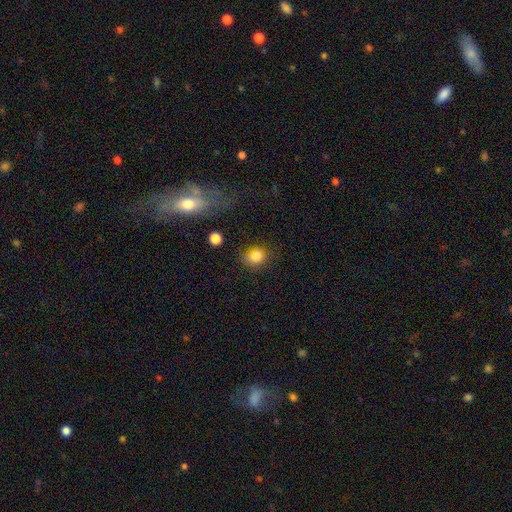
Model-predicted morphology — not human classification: Overall: smooth (83%). How rounded: round (64%; in between 35%). Merging: none (67%).